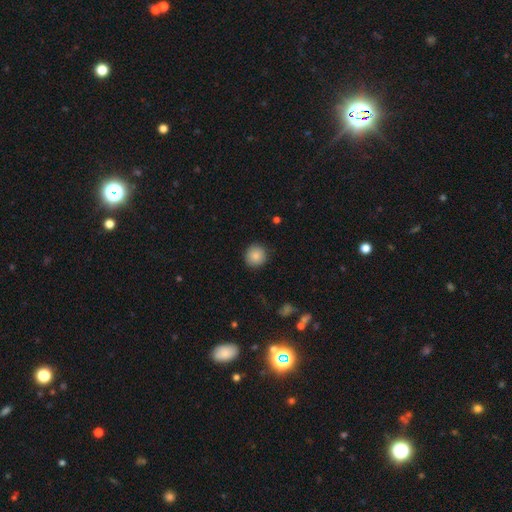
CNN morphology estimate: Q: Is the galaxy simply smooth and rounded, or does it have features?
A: smooth — 87%.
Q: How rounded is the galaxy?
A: round — 93%.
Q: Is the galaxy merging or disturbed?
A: none — 89%.